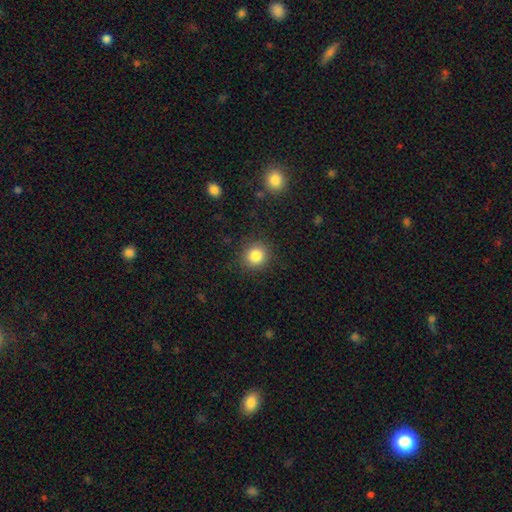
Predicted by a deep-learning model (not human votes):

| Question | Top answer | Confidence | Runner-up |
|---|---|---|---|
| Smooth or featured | smooth | 84% | star or artifact (11%) |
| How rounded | round | 91% | in between (8%) |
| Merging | none | 89% | minor disturbance (7%) |